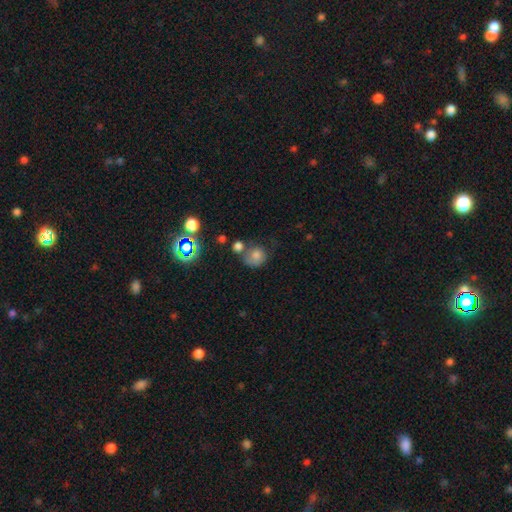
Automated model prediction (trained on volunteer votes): Smooth or featured? Predicted: smooth (p=0.71). How rounded? Predicted: round (p=0.78). Merging? Predicted: none (p=0.45).